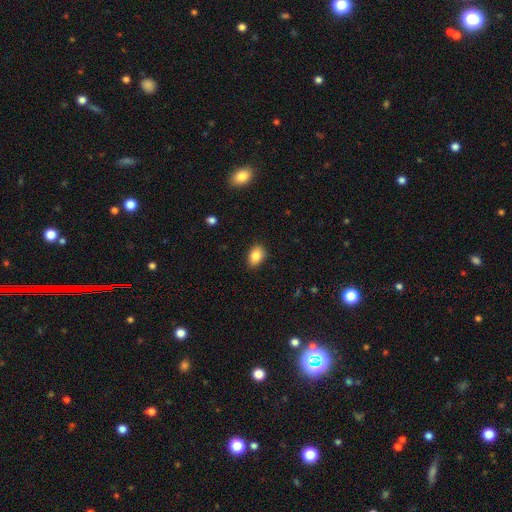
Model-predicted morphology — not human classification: A smooth galaxy with no disk features (85%) that is in between round and cigar-shaped (80%).

Vote fractions:
- Smooth or featured? smooth: 85% / star or artifact: 8% / featured or disk: 6%
- How rounded? in between: 80% / round: 19% / cigar-shaped: 1%
- Merging? none: 85% / minor disturbance: 12% / major disturbance: 2% / merger: 1%